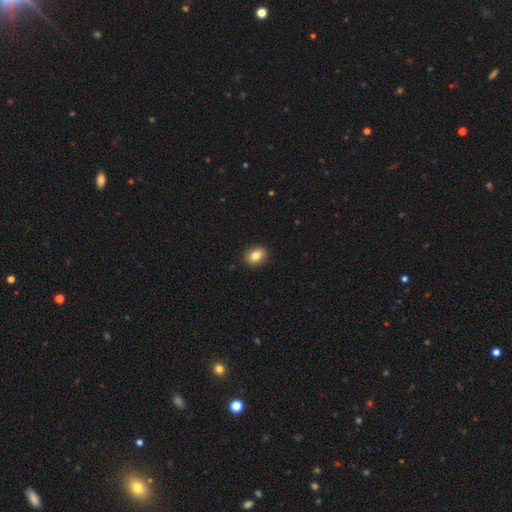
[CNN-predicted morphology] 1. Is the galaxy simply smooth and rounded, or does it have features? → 83% smooth, 9% featured or disk, 8% star or artifact.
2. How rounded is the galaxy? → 72% in between, 26% round, 2% cigar-shaped.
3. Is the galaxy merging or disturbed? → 90% none, 8% minor disturbance, 2% major disturbance, 1% merger.